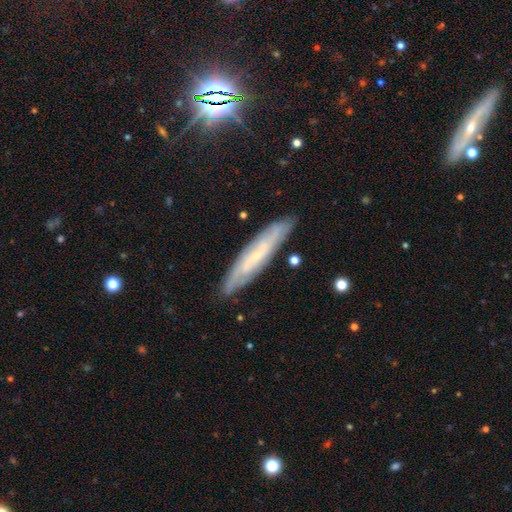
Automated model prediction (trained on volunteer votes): Smooth or featured? featured or disk (59%)
Edge-on disk? no (51%)
Merging? none (84%)